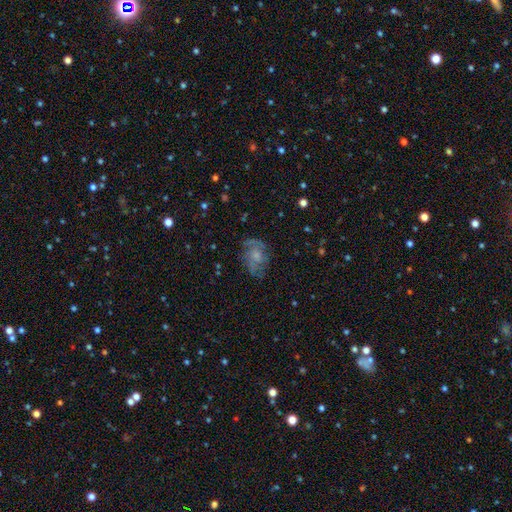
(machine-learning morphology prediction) A featured or disk galaxy (55%) with no bar (77%), spiral arms (73%) and a small central bulge (43%). Merging: none (62%).